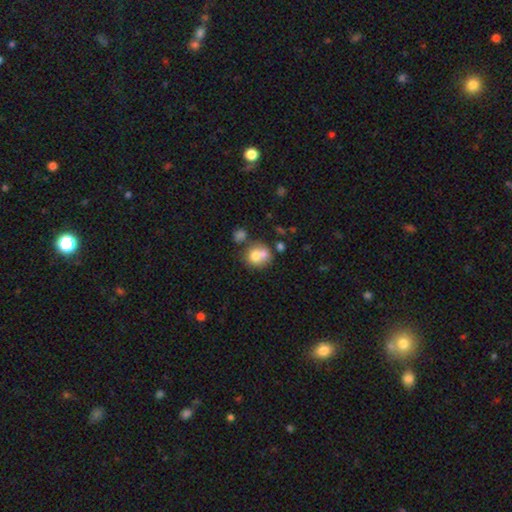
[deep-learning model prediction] Q: Smooth or featured?
A: smooth (69%); runner-up: featured or disk (21%)
Q: How rounded?
A: round (76%); runner-up: in between (23%)
Q: Merging?
A: merger (52%); runner-up: none (35%)